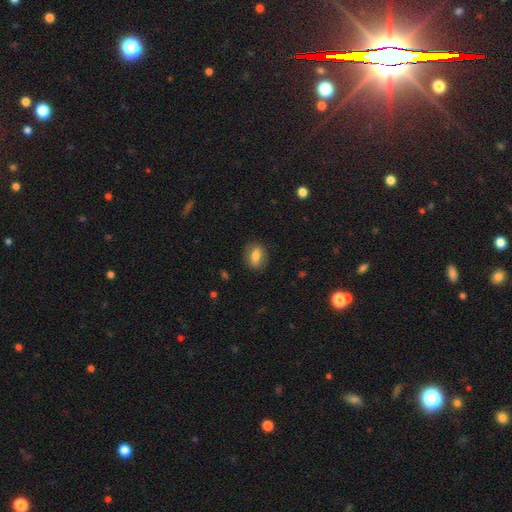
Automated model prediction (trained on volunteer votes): This appears to be a smooth galaxy with no disk features (73%) that is in between round and cigar-shaped (64%). Merging: none (85%).